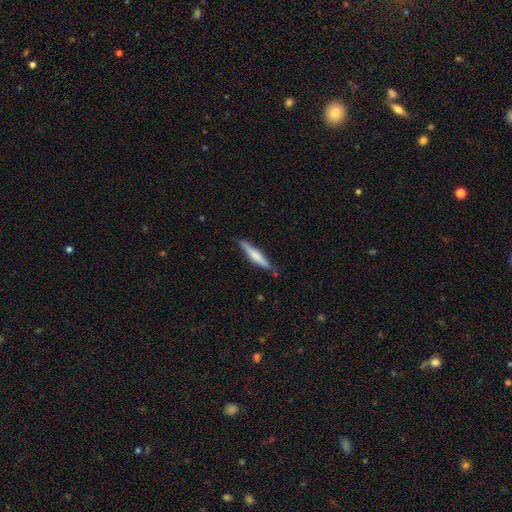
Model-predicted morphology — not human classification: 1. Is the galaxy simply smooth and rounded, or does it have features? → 61% smooth, 34% featured or disk, 5% star or artifact.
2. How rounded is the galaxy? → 91% cigar-shaped, 8% in between, 1% round.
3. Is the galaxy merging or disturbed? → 81% none, 15% minor disturbance, 2% merger, 2% major disturbance.